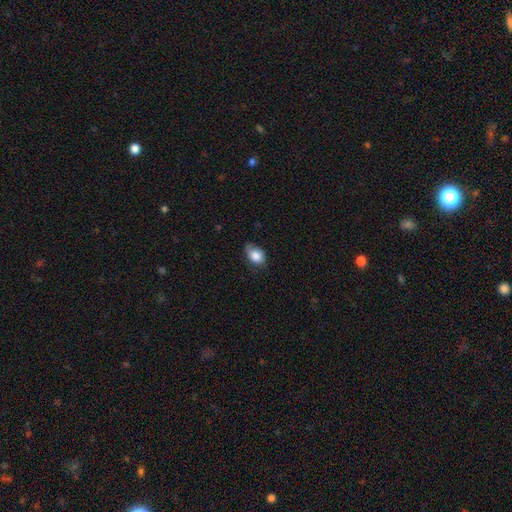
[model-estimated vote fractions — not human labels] Smooth or featured: smooth — 84% (featured or disk — 8%)
How rounded: in between — 75% (round — 24%)
Merging: none — 61% (minor disturbance — 31%)